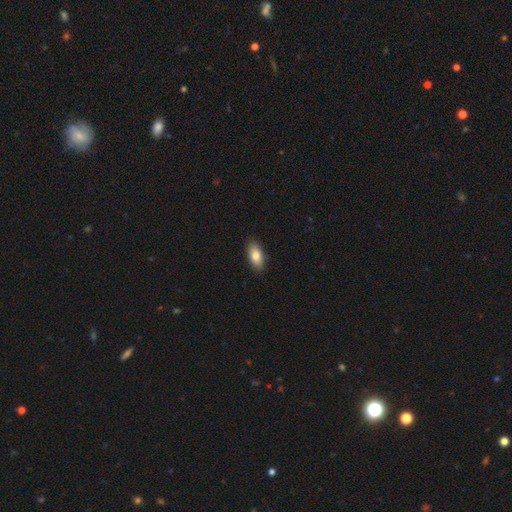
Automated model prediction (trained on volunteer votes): smooth_or_featured: smooth (p=0.81) [alt: featured or disk p=0.12]
how_rounded: in between (p=0.89) [alt: cigar-shaped p=0.08]
merging: none (p=0.89) [alt: minor disturbance p=0.08]